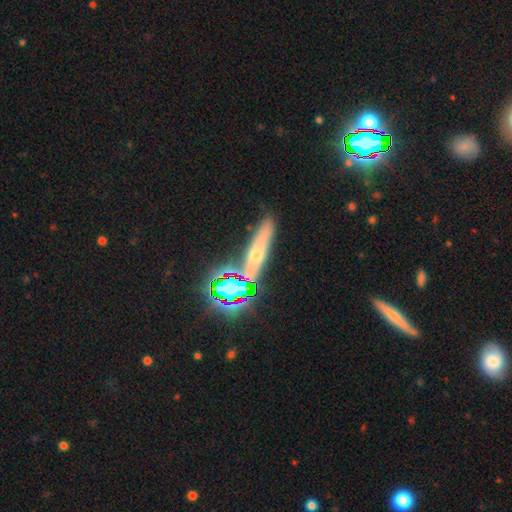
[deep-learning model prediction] Smooth or featured? smooth (37%)
Merging? none (75%)